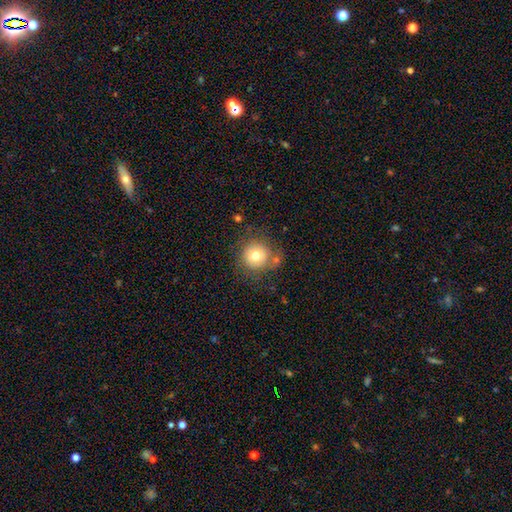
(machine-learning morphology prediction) This is likely a smooth galaxy (72%). How rounded: clearly round (93%). Merging: likely none (72%).